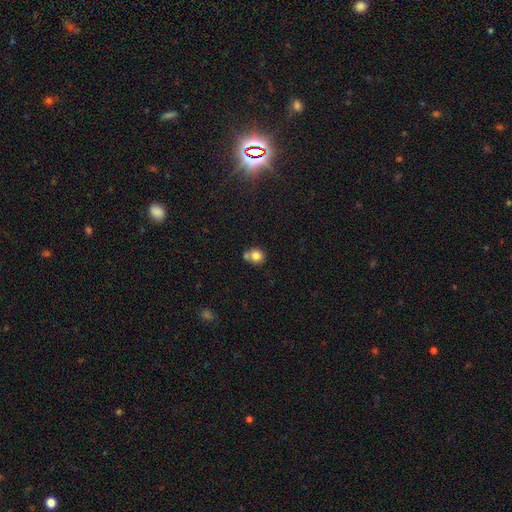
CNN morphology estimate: The model was most divided on "merging": none: 53%, merger: 30%, minor disturbance: 13%, major disturbance: 4%. More confident: how rounded — round (84%); smooth or featured — smooth (80%).